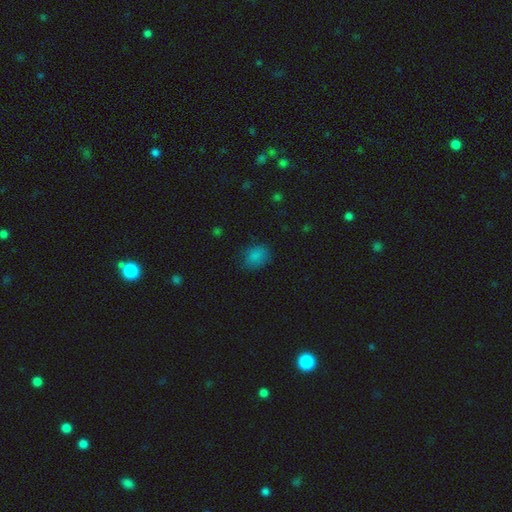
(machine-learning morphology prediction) type=smooth (82%); roundness=in between (60%); merging=none (73%).